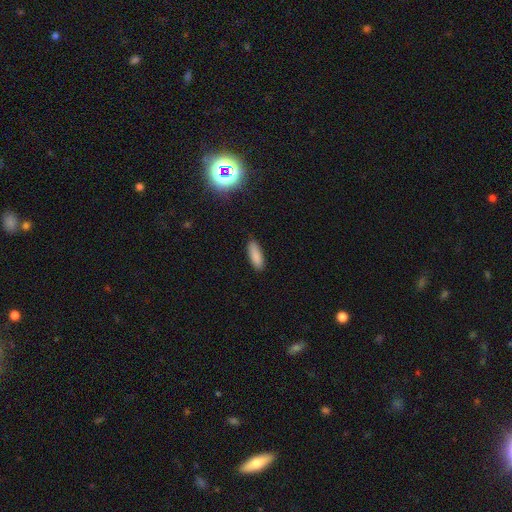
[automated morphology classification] smooth_or_featured: smooth (p=0.88) [alt: star or artifact p=0.07]
how_rounded: in between (p=0.64) [alt: cigar-shaped p=0.34]
merging: none (p=0.86) [alt: minor disturbance p=0.10]